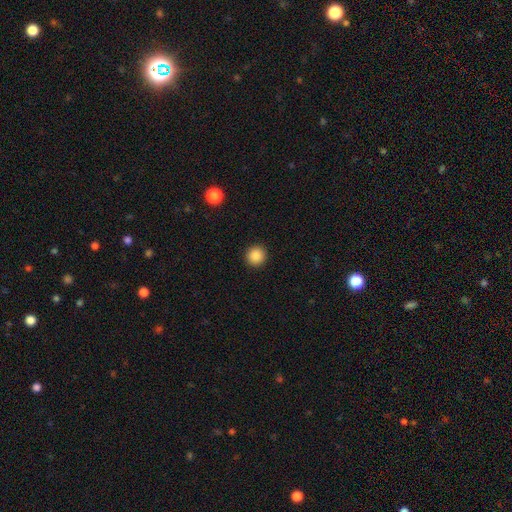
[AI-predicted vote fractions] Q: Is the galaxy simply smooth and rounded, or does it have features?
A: smooth — 88%.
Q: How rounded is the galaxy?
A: round — 94%.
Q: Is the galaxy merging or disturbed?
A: none — 92%.